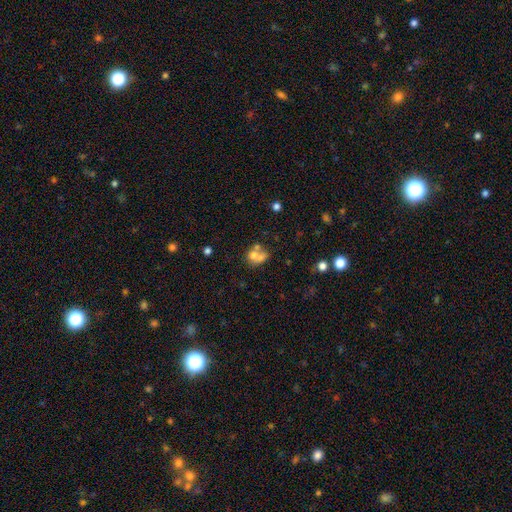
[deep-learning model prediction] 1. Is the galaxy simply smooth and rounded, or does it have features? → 64% smooth, 24% featured or disk, 12% star or artifact.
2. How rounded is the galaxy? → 60% round, 38% in between, 1% cigar-shaped.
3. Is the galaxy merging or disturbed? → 58% merger, 26% none, 9% minor disturbance, 7% major disturbance.